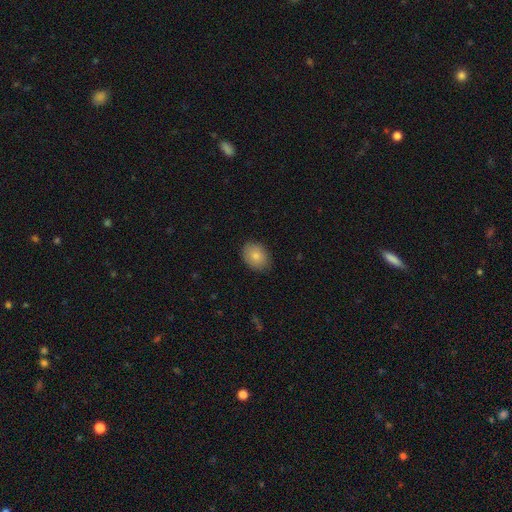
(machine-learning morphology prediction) Q: Smooth or featured?
A: smooth (84%); runner-up: featured or disk (8%)
Q: How rounded?
A: in between (63%); runner-up: round (36%)
Q: Merging?
A: none (85%); runner-up: minor disturbance (12%)